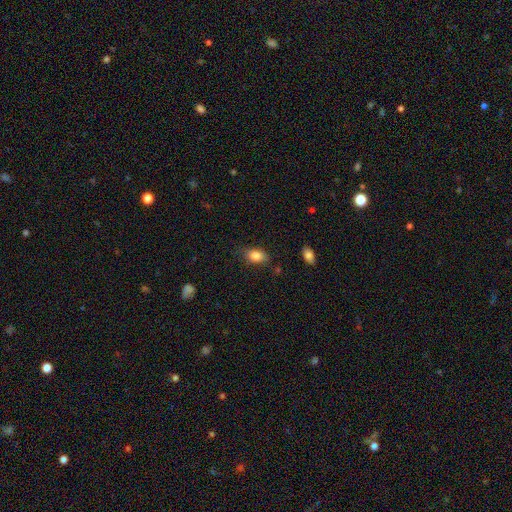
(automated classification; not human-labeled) A smooth galaxy with no disk features (85%) that is in between round and cigar-shaped (86%).

Vote fractions:
- Smooth or featured? smooth: 85% / star or artifact: 8% / featured or disk: 7%
- How rounded? in between: 86% / round: 11% / cigar-shaped: 3%
- Merging? none: 74% / minor disturbance: 20% / major disturbance: 4% / merger: 2%